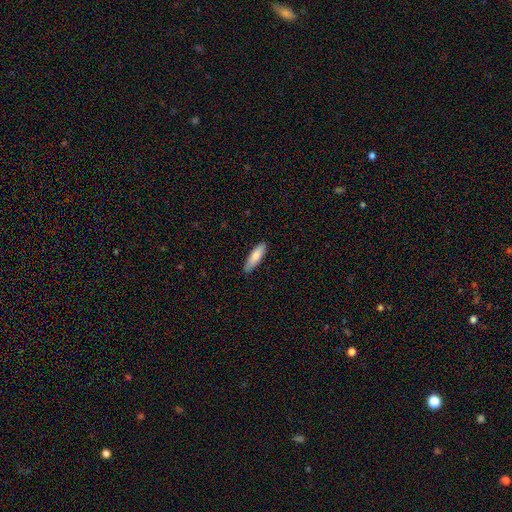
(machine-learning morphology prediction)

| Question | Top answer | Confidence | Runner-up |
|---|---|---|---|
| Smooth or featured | smooth | 80% | featured or disk (14%) |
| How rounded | cigar-shaped | 59% | in between (40%) |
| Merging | none | 87% | minor disturbance (10%) |